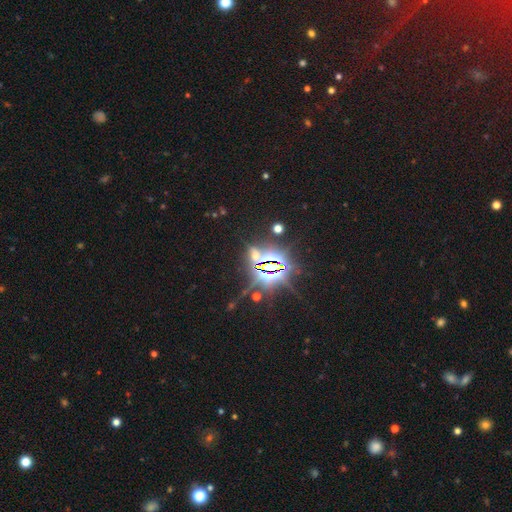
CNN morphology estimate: The model was most divided on "smooth or featured": star or artifact: 77%, smooth: 14%, featured or disk: 9%.